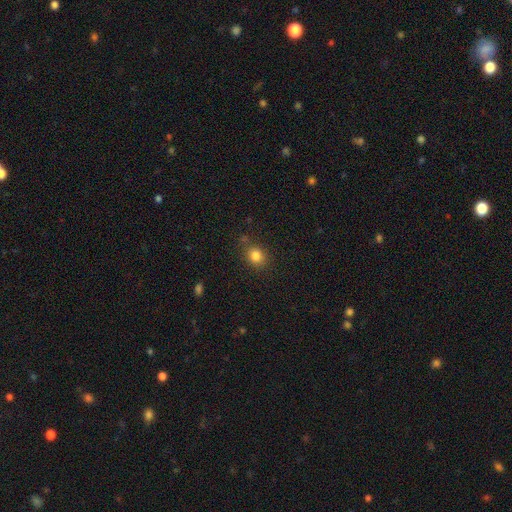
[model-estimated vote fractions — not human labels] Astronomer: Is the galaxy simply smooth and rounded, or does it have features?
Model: smooth — 82%.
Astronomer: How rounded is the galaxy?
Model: round — 69%.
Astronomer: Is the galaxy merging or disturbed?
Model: none — 79%.